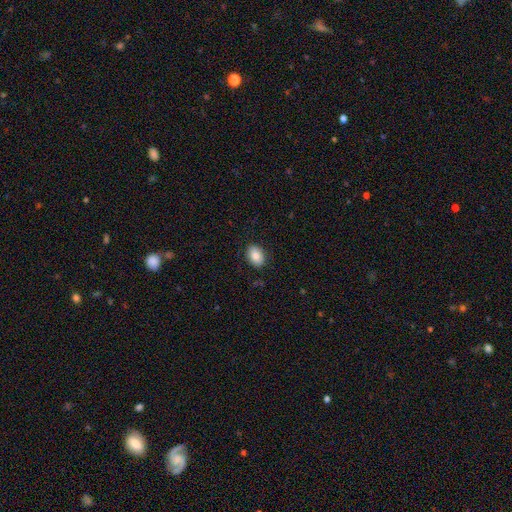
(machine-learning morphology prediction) Q: Smooth or featured?
A: smooth (86%); runner-up: star or artifact (7%)
Q: How rounded?
A: in between (79%); runner-up: round (20%)
Q: Merging?
A: none (87%); runner-up: minor disturbance (9%)